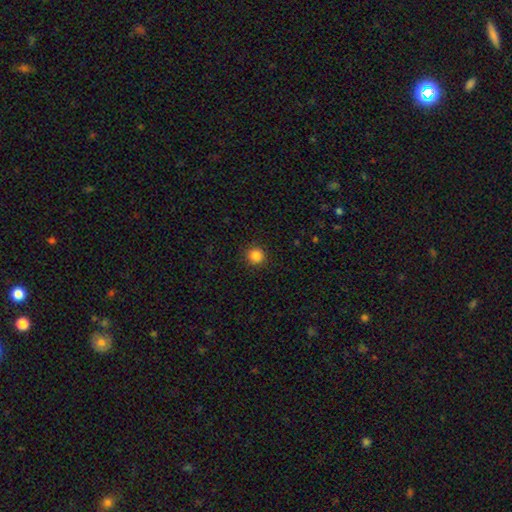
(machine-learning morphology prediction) smooth-or-featured: smooth: 86% | star or artifact: 11% | featured or disk: 3%
  how-rounded: round: 95% | in between: 4% | cigar-shaped: 1%
  merging: none: 92% | minor disturbance: 5% | major disturbance: 2% | merger: 1%